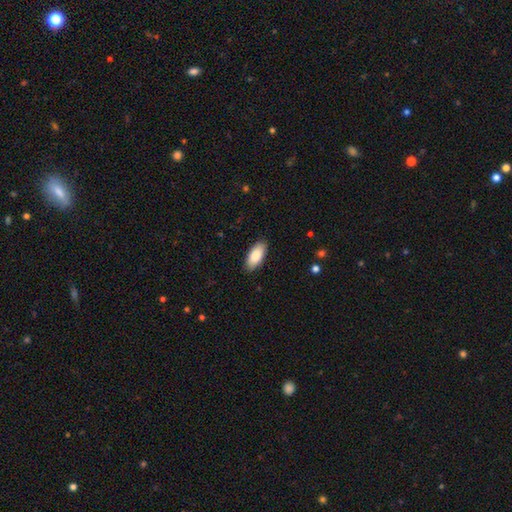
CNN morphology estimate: Smooth or featured? Predicted: smooth (p=0.86). How rounded? Predicted: in between (p=0.89). Merging? Predicted: none (p=0.89).